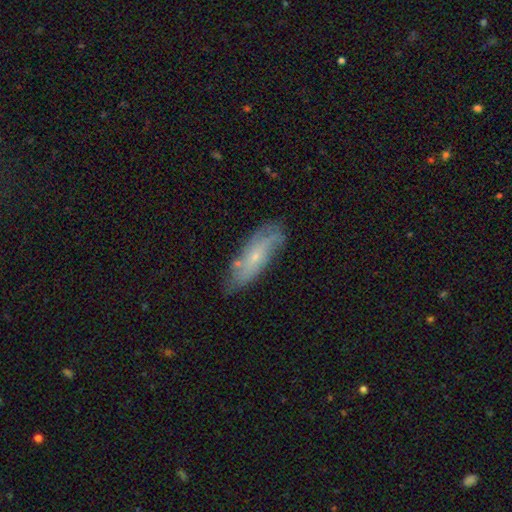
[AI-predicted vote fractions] Smooth or featured? featured or disk (59%)
Edge-on disk? no (79%)
Merging? none (68%)